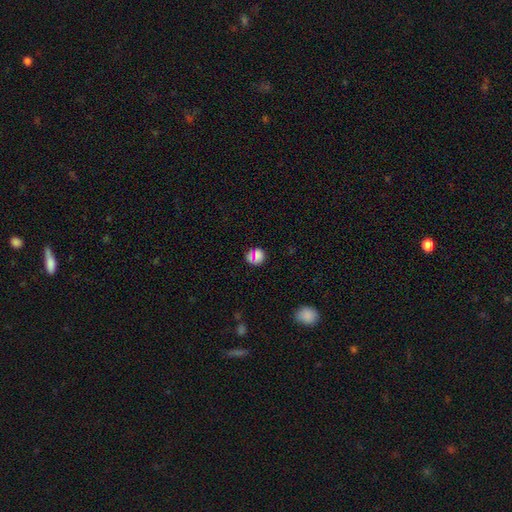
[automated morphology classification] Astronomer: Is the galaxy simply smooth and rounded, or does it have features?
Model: smooth — 63%.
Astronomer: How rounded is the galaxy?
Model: round — 90%.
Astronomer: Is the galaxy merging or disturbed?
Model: none — 83%.